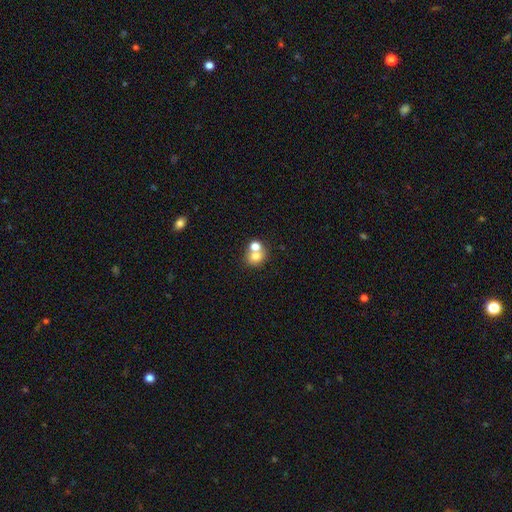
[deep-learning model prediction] Overall: smooth (72%). How rounded: round (73%). Merging: merger (48%; none 42%).